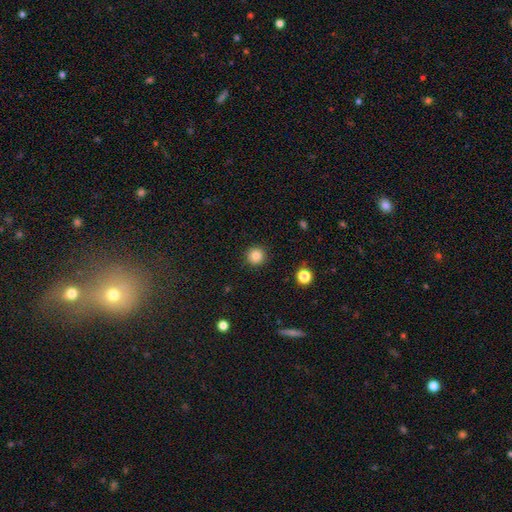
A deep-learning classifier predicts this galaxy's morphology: smooth_or_featured: smooth (p=0.85) [alt: star or artifact p=0.11]
how_rounded: round (p=0.96) [alt: in between p=0.03]
merging: none (p=0.92) [alt: minor disturbance p=0.05]